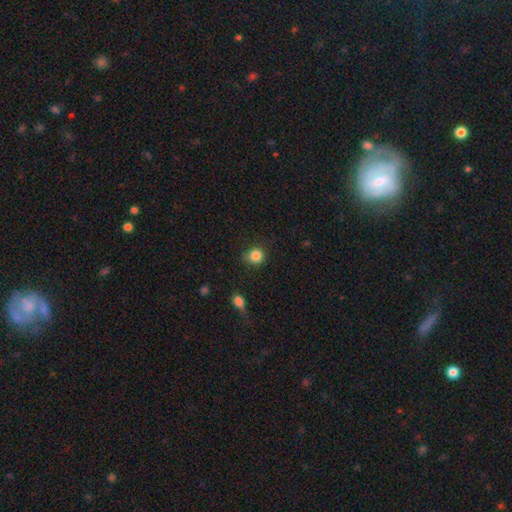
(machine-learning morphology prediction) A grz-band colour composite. It shows a smooth galaxy with no disk features (85%) that is round (86%). Merging: none (75%).